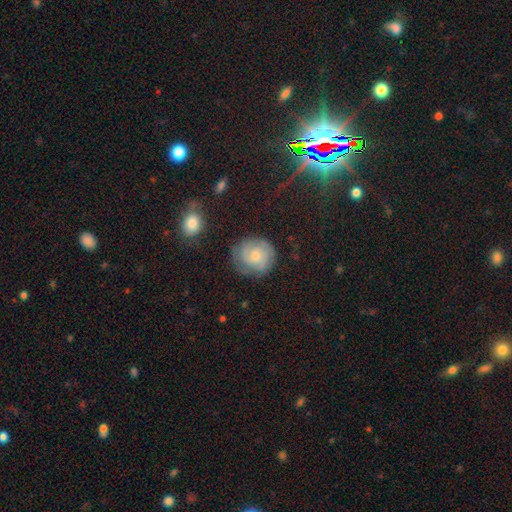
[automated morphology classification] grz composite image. It shows a featured or disk galaxy (48%). Merging: none (74%).